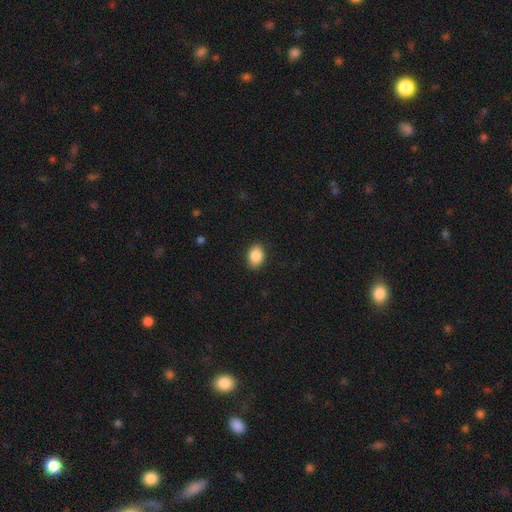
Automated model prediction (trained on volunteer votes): A smooth galaxy with no disk features (87%) that is in between round and cigar-shaped (77%).

Vote fractions:
- Smooth or featured? smooth: 87% / star or artifact: 8% / featured or disk: 5%
- How rounded? in between: 77% / round: 22% / cigar-shaped: 1%
- Merging? none: 88% / minor disturbance: 9% / major disturbance: 2% / merger: 1%